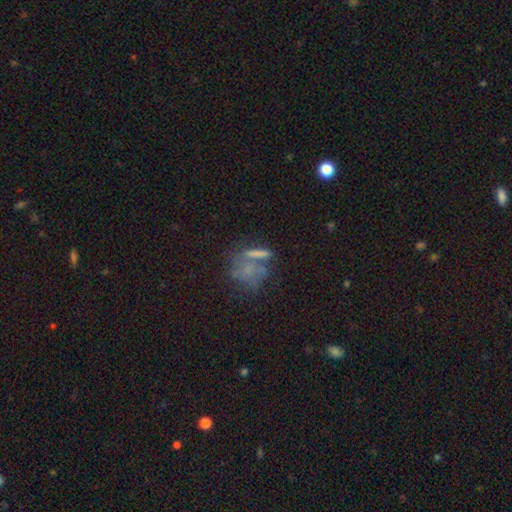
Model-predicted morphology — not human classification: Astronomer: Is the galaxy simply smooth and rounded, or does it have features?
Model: smooth — 51% (runner-up: featured or disk, 29%).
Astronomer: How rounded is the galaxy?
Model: round — 43% (runner-up: in between, 40%).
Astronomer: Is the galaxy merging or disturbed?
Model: none — 42% (runner-up: merger, 26%).